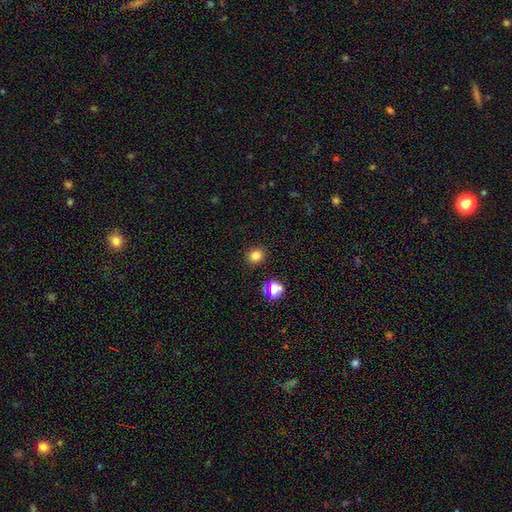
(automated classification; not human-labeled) Smooth or featured: smooth — 79% (star or artifact — 16%)
How rounded: round — 82% (in between — 17%)
Merging: none — 89% (minor disturbance — 7%)